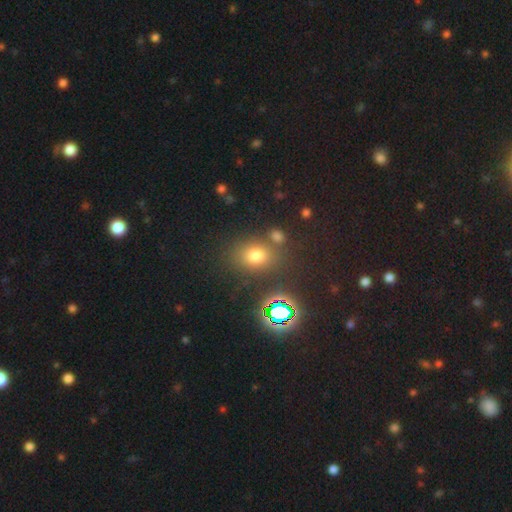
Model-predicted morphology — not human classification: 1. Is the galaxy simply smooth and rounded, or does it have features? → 67% smooth, 25% star or artifact, 8% featured or disk.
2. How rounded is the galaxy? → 49% round (tied), 49% in between (tied), 2% cigar-shaped.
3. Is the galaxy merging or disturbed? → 75% none, 11% minor disturbance, 10% merger, 5% major disturbance.